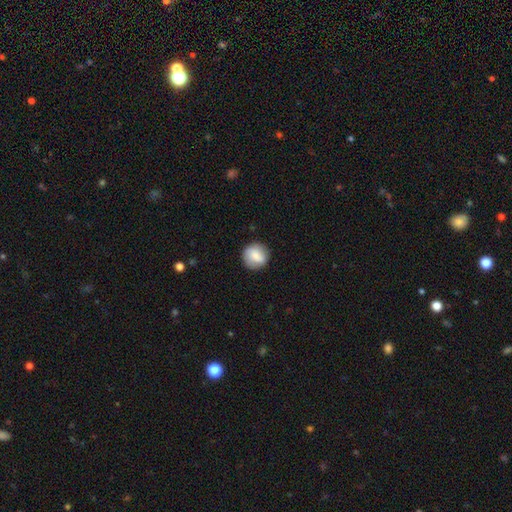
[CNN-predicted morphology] Smooth or featured? Predicted: smooth (p=0.75). How rounded? Predicted: round (p=0.91). Merging? Predicted: none (p=0.86).